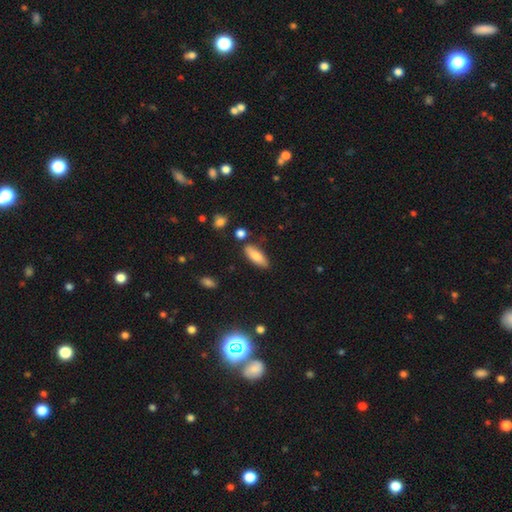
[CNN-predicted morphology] Smooth or featured? Predicted: smooth (p=0.82). How rounded? Predicted: in between (p=0.63). Merging? Predicted: none (p=0.81).